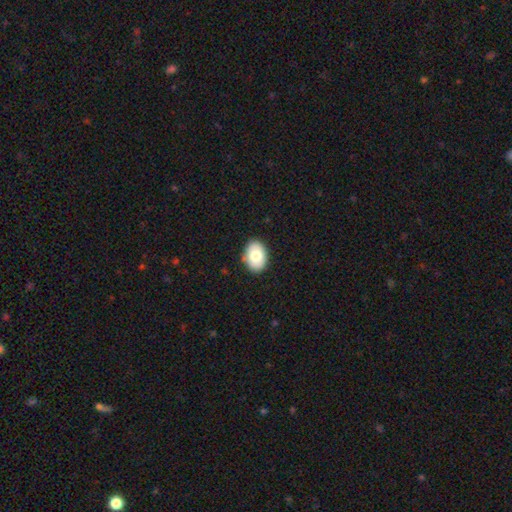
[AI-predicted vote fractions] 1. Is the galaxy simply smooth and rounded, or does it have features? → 75% smooth, 18% featured or disk, 7% star or artifact.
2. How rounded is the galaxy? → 78% in between, 21% round, 1% cigar-shaped.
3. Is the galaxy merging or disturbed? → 87% none, 10% minor disturbance, 2% major disturbance, 1% merger.